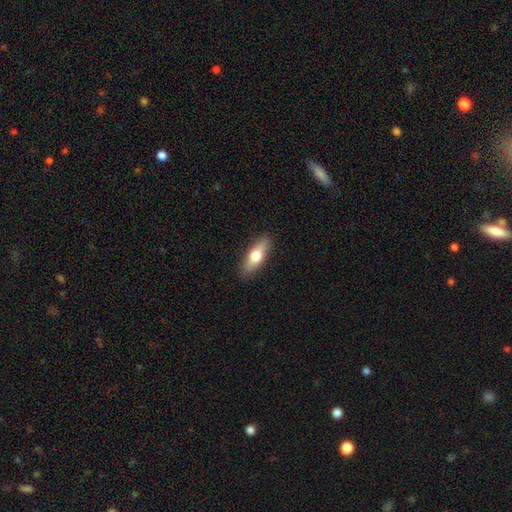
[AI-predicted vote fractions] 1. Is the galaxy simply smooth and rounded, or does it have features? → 65% smooth, 29% featured or disk, 6% star or artifact.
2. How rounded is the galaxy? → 57% in between, 40% cigar-shaped, 3% round.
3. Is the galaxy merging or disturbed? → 89% none, 9% minor disturbance, 2% major disturbance, 1% merger.